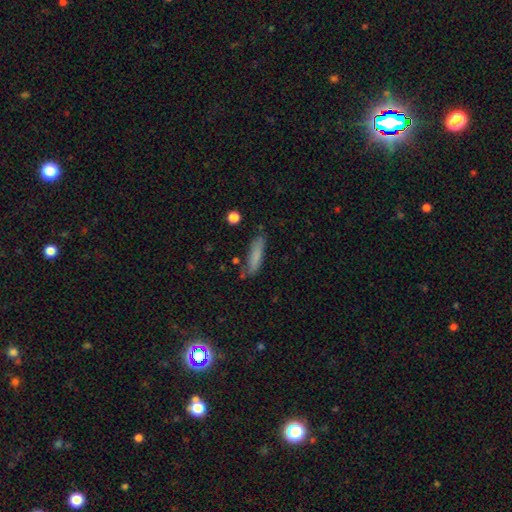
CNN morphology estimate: Smooth or featured?
  - smooth: 80% *
  - featured or disk: 13%
  - star or artifact: 7%
How rounded?
  - cigar-shaped: 76% *
  - in between: 23%
  - round: 2%
Merging?
  - none: 75% *
  - minor disturbance: 18%
  - major disturbance: 4%
  - merger: 4%